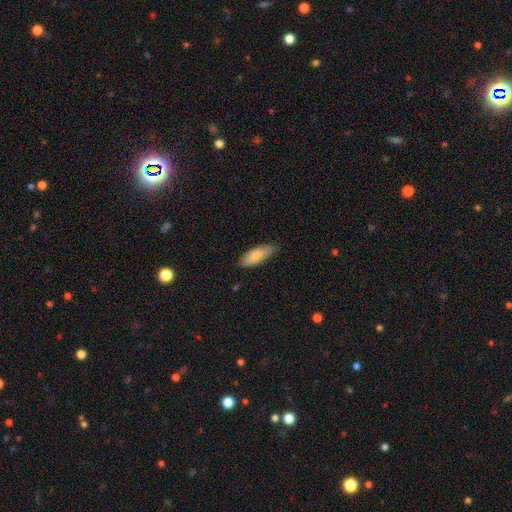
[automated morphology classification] Overall: smooth (83%). How rounded: in between (73%). Merging: none (79%).